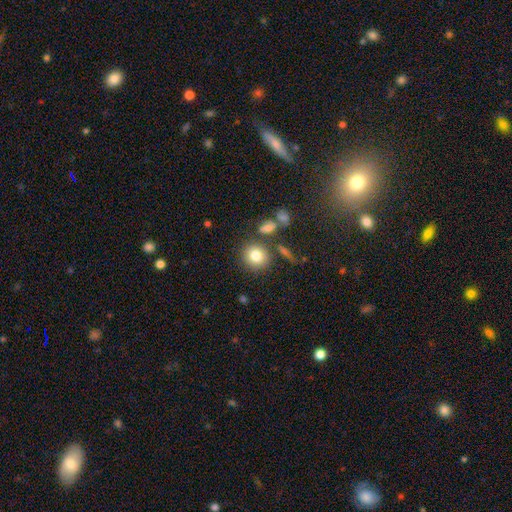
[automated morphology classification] This is clearly a smooth galaxy (80%). How rounded: clearly round (85%). Merging: likely none (76%).